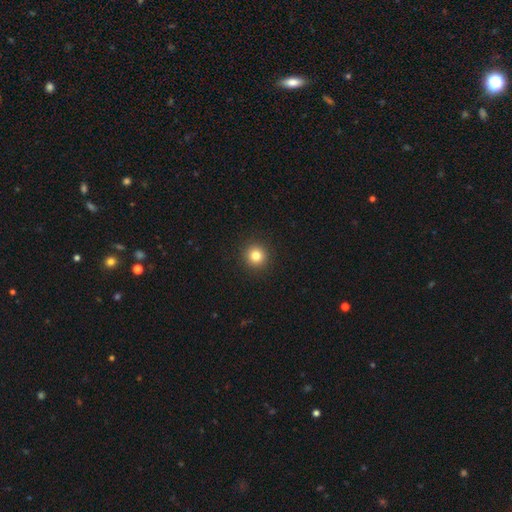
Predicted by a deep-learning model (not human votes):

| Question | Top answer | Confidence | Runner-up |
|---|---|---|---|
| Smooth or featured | smooth | 82% | star or artifact (12%) |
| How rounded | round | 94% | in between (5%) |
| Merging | none | 93% | minor disturbance (5%) |